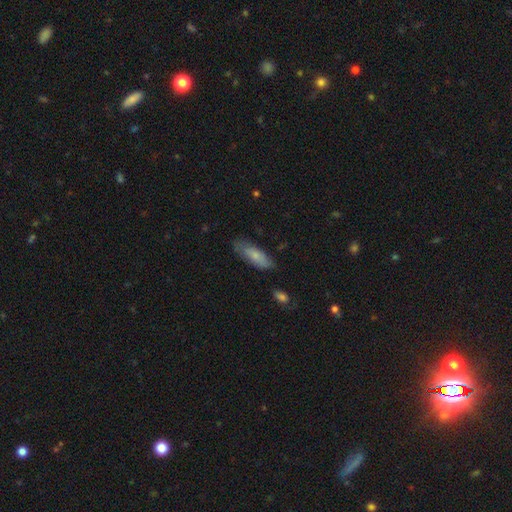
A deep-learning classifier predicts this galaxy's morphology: Smooth or featured? Predicted: smooth (p=0.72). How rounded? Predicted: in between (p=0.59). Merging? Predicted: none (p=0.73).